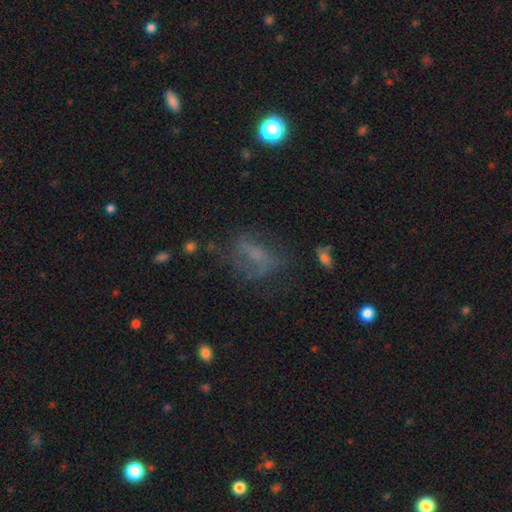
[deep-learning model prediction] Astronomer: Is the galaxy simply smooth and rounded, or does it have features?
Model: featured or disk — 39% (runner-up: smooth, 38%).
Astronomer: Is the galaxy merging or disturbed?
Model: none — 48% (runner-up: major disturbance, 27%).